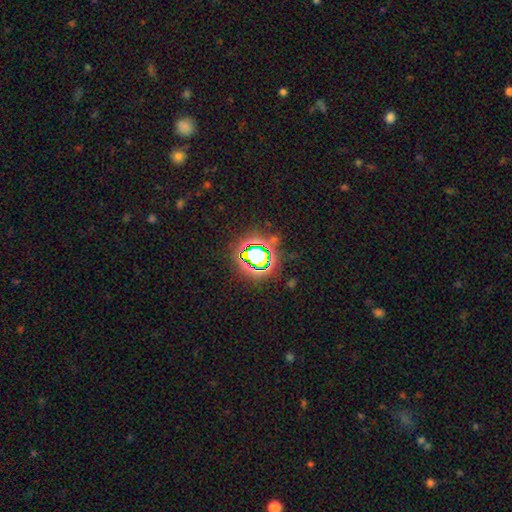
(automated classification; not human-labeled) Smooth or featured? star or artifact (69%)